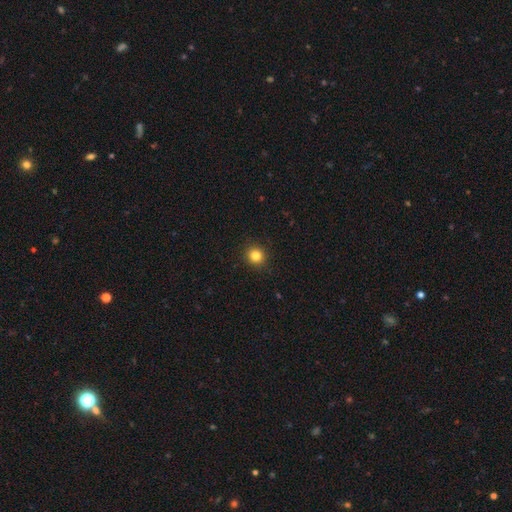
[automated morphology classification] A smooth galaxy with no disk features (83%) that is round (89%). Merging: none (92%).